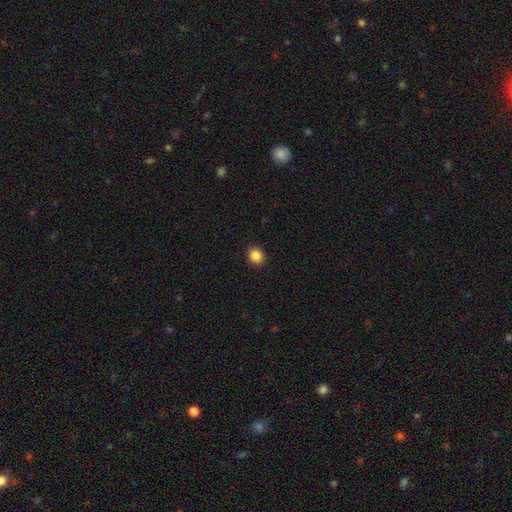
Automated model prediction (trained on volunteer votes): Smooth or featured? smooth (86%)
How rounded? round (80%)
Merging? none (92%)